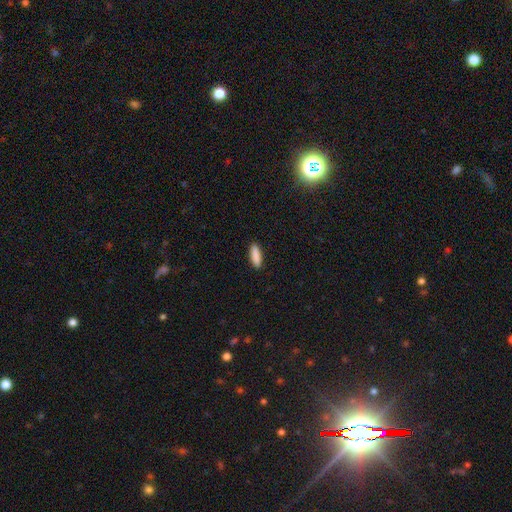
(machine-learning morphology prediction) This appears to be a smooth galaxy with no disk features (89%) that is cigar-shaped (52%). Merging: none (90%).